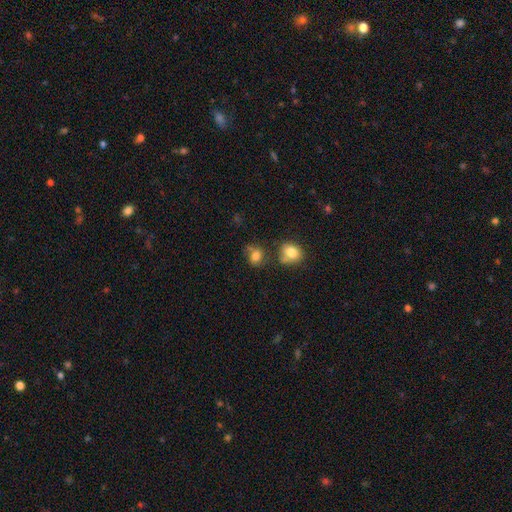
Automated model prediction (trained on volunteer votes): Overall: smooth (78%). How rounded: round (52%; in between 46%). Merging: none (53%; minor disturbance 22%).